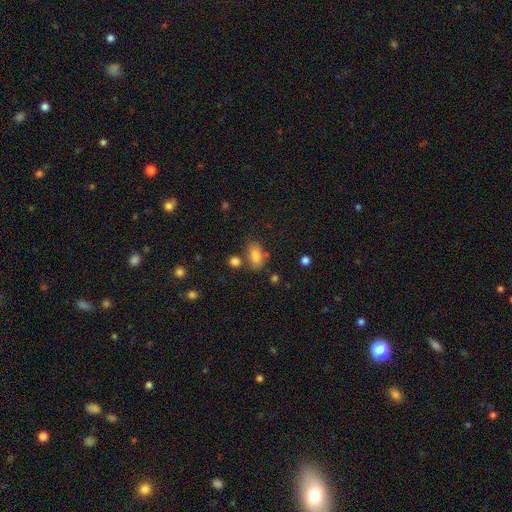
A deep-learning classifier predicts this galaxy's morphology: Q: Smooth or featured?
A: smooth (83%); runner-up: star or artifact (9%)
Q: How rounded?
A: in between (89%); runner-up: round (9%)
Q: Merging?
A: none (66%); runner-up: minor disturbance (16%)